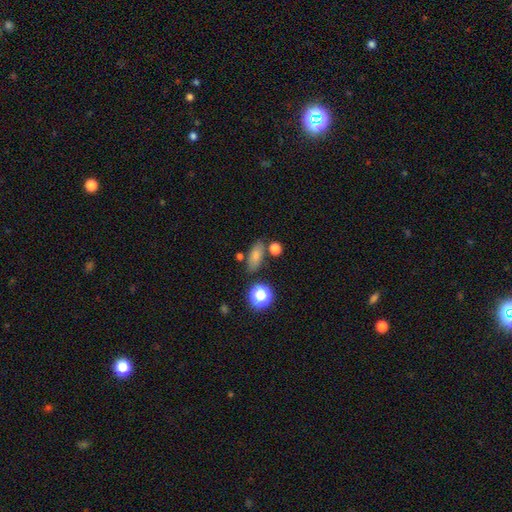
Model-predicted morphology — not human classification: This appears to be a smooth galaxy with no disk features (76%) that is in between round and cigar-shaped (73%). Merging: none (73%).